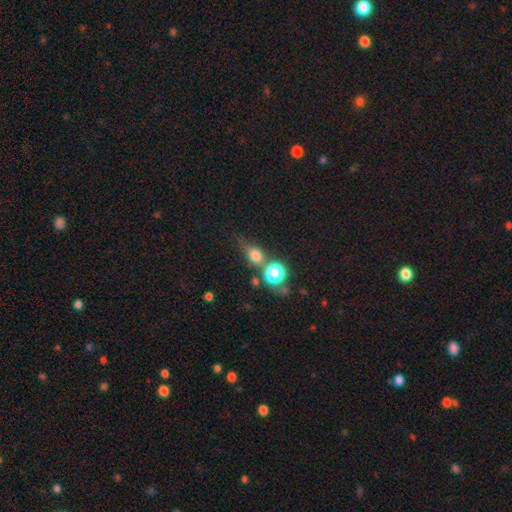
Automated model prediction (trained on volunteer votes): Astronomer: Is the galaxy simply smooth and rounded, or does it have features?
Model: smooth — 65%.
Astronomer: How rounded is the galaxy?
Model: round — 53% (runner-up: in between, 40%).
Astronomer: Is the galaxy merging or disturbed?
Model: none — 50%.